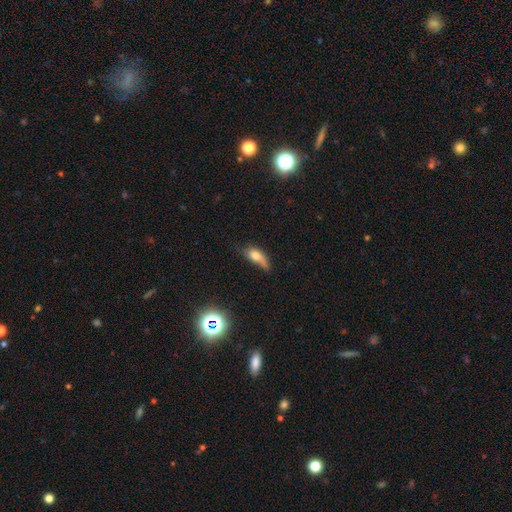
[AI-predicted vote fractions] smooth 66%, featured or disk 24%, star or artifact 10%. Down the decision tree: how rounded — in between (75%); merging — minor disturbance (37%).